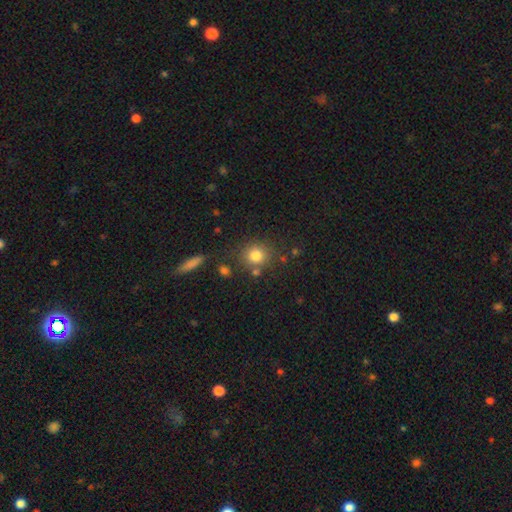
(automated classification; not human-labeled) smooth 80%, star or artifact 12%, featured or disk 8%. Down the decision tree: how rounded — round (82%); merging — none (76%).